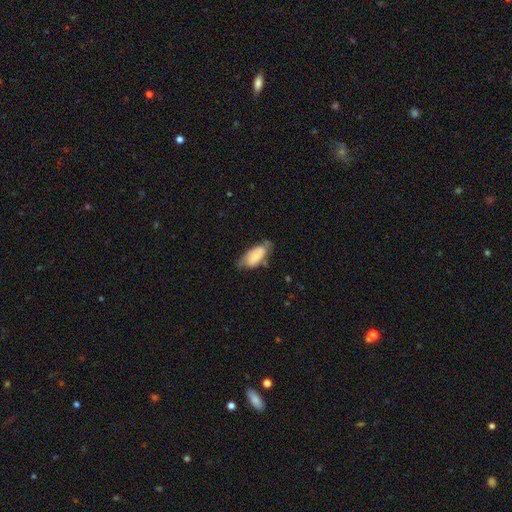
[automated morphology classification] smooth_or_featured: smooth (p=0.59) [alt: featured or disk p=0.34]
how_rounded: in between (p=0.90) [alt: cigar-shaped p=0.07]
merging: none (p=0.50) [alt: minor disturbance p=0.34]